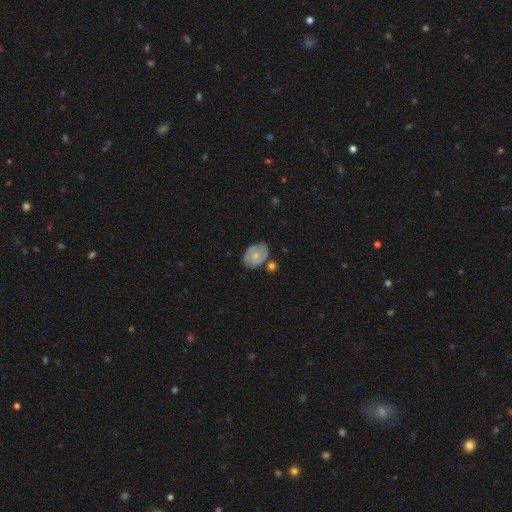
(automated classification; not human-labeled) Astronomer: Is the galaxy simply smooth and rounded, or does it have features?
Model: featured or disk — 56% (runner-up: smooth, 37%).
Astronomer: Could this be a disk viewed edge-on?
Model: no — 96%.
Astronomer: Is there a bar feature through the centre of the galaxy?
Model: no — 68%.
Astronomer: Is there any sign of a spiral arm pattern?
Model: yes — 78%.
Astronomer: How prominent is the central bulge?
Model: small — 55% (runner-up: moderate, 33%).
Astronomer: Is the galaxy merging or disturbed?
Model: none — 66%.